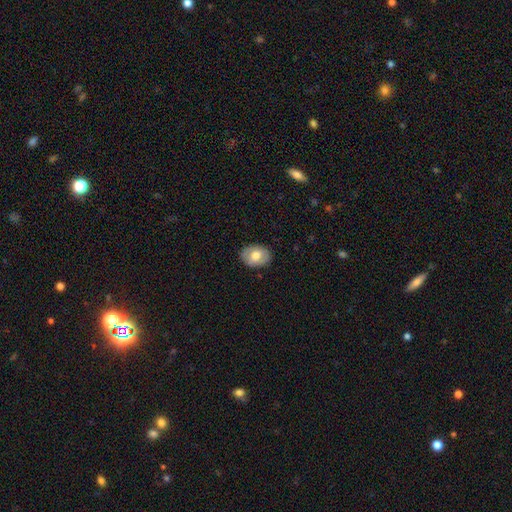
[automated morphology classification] Overall: smooth (66%; featured or disk 27%). How rounded: in between (69%; round 31%). Merging: none (85%).